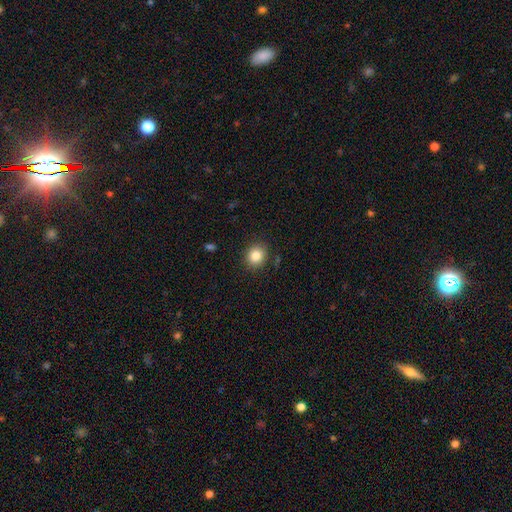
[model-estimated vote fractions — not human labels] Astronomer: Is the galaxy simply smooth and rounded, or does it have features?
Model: smooth — 84%.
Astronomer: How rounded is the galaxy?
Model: round — 74%.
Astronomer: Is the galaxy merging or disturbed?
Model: none — 88%.